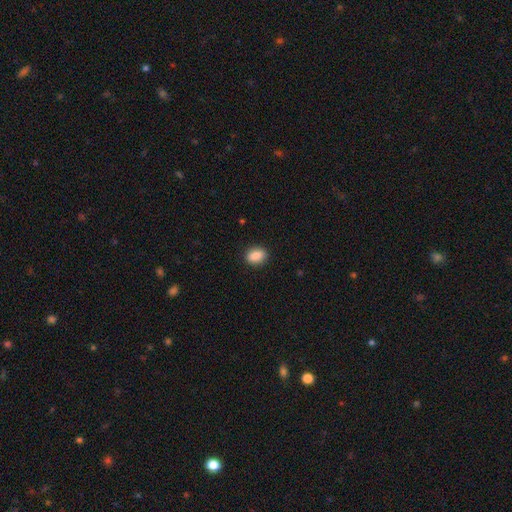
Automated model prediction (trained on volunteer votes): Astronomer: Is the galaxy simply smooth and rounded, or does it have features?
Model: smooth — 87%.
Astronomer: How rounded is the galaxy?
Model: in between — 74%.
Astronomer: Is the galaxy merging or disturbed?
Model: none — 88%.